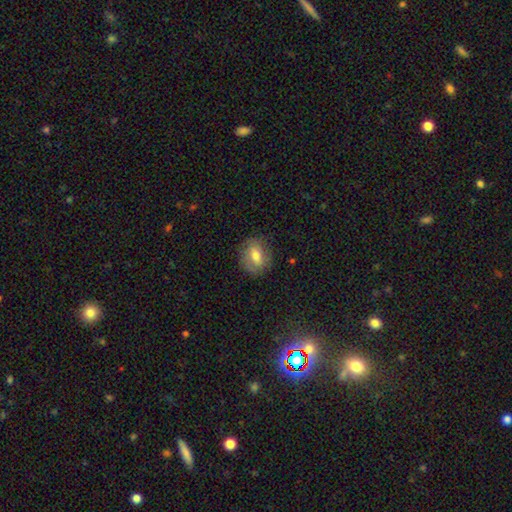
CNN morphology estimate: Smooth or featured? Predicted: smooth (p=0.60). How rounded? Predicted: in between (p=0.50). Merging? Predicted: none (p=0.78).